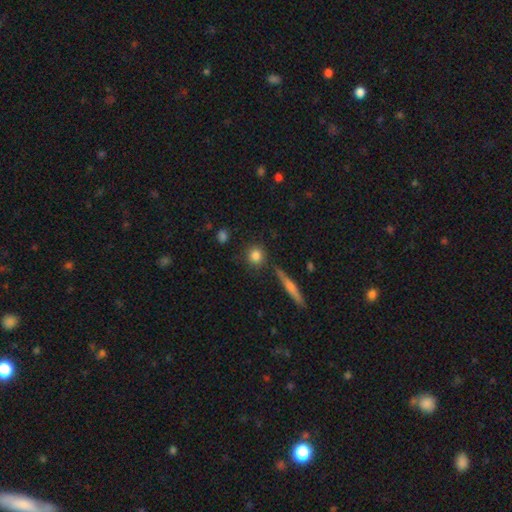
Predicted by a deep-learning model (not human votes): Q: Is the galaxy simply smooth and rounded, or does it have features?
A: smooth — 83%.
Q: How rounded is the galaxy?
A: round — 87%.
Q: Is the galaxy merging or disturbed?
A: none — 82%.